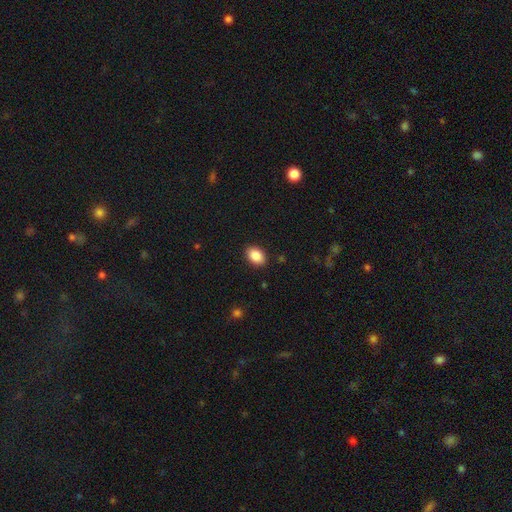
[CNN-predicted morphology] This is clearly a smooth galaxy (88%). How rounded: clearly in between (83%). Merging: clearly none (89%).